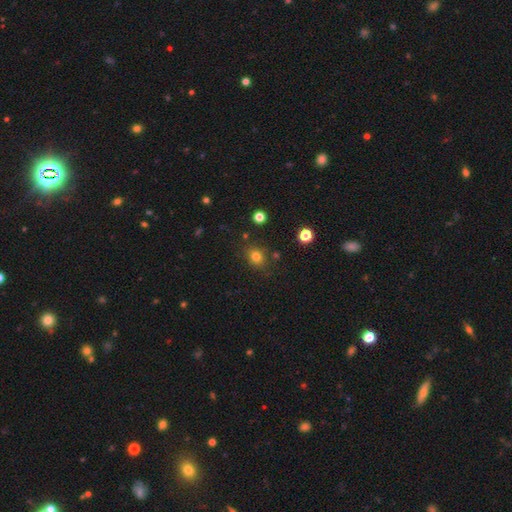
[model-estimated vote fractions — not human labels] Morphology: type=smooth (78%); roundness=round (65%); merging=none (80%).